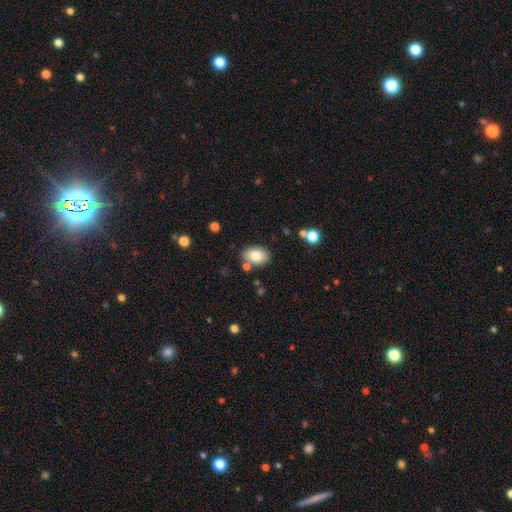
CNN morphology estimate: The model was most divided on "merging": none: 78%, minor disturbance: 12%, merger: 7%, major disturbance: 3%. More confident: how rounded — in between (86%); smooth or featured — smooth (80%).